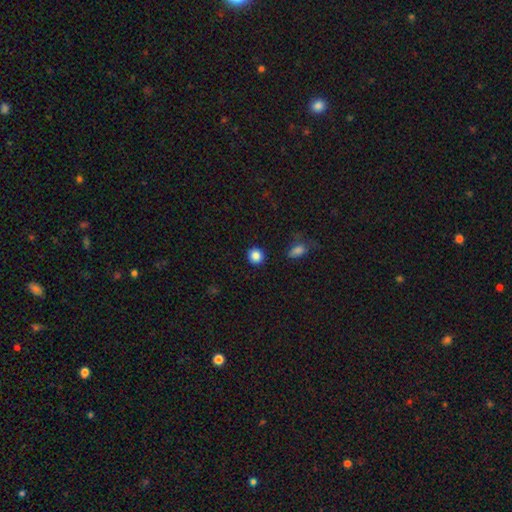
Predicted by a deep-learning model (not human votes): smooth 87%, star or artifact 10%, featured or disk 3%. Down the decision tree: how rounded — round (90%); merging — none (90%).